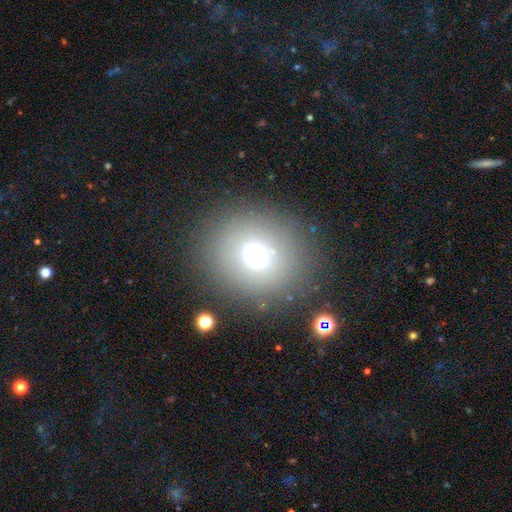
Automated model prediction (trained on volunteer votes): A smooth galaxy with no disk features (68%) that is round (82%).

Vote fractions:
- Smooth or featured? smooth: 68% / star or artifact: 20% / featured or disk: 12%
- How rounded? round: 82% / in between: 17% / cigar-shaped: 1%
- Merging? none: 84% / minor disturbance: 8% / major disturbance: 5% / merger: 3%